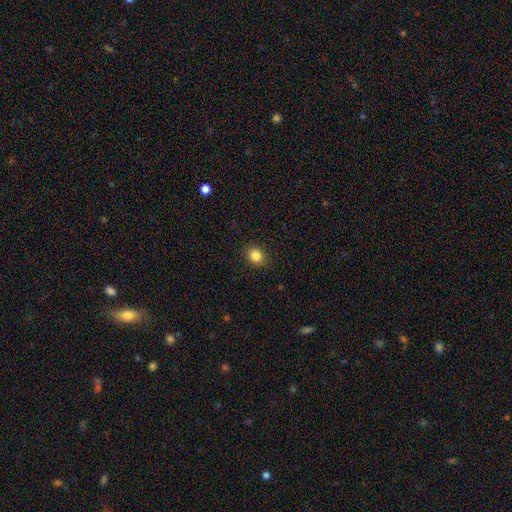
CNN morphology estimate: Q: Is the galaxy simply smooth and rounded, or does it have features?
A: smooth — 85%.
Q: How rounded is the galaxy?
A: round — 65%.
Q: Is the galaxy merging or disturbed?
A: none — 90%.